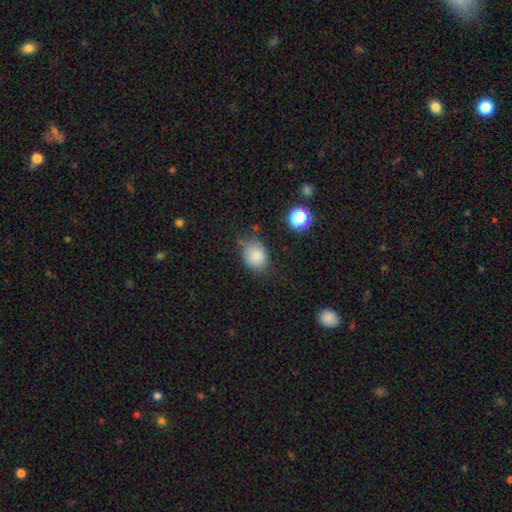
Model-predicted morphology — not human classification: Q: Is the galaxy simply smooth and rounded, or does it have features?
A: smooth — 85%.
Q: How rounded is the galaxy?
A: in between — 59%.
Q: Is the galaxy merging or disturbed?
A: none — 70%.